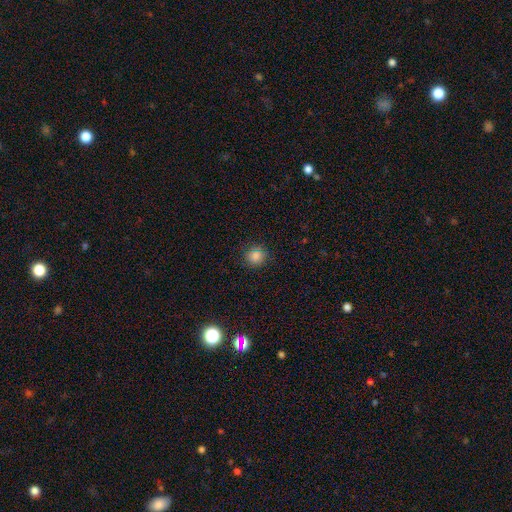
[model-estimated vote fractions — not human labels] Overall: smooth (84%). How rounded: round (88%). Merging: none (87%).